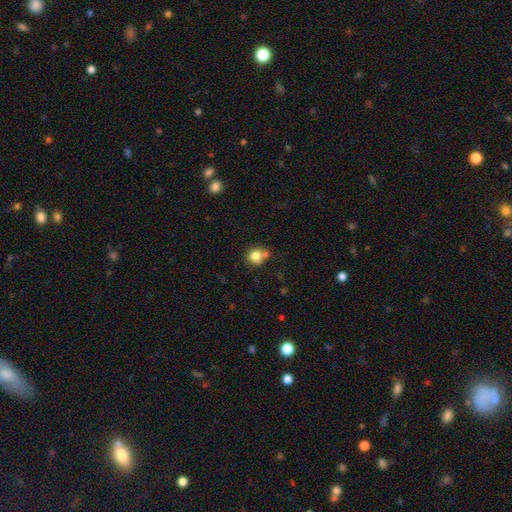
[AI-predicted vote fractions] This appears to be a smooth galaxy with no disk features (81%) that is round (84%). Merging: none (59%).